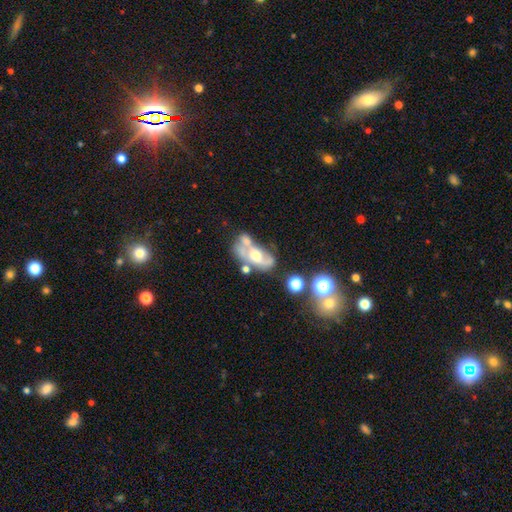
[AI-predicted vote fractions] A featured or disk galaxy (62%) with no bar (72%), no spiral arms (58%) and a moderate central bulge (58%). Merging: merger (41%).